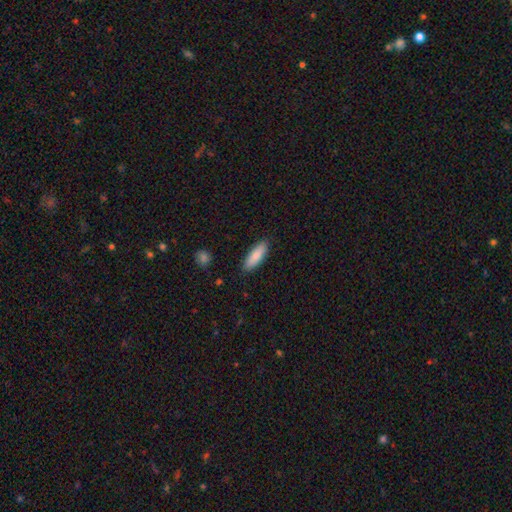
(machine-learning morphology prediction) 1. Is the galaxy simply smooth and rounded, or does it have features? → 86% smooth, 9% featured or disk, 6% star or artifact.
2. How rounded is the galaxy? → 53% in between, 46% cigar-shaped, 2% round.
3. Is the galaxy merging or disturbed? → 88% none, 9% minor disturbance, 2% major disturbance, 1% merger.